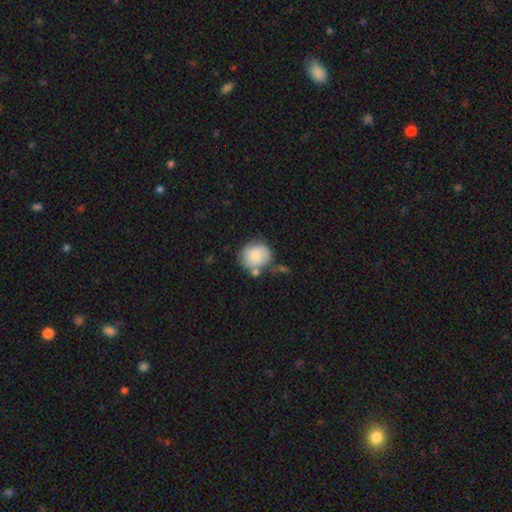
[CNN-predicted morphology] type=smooth (68%); roundness=round (75%); merging=none (54%).